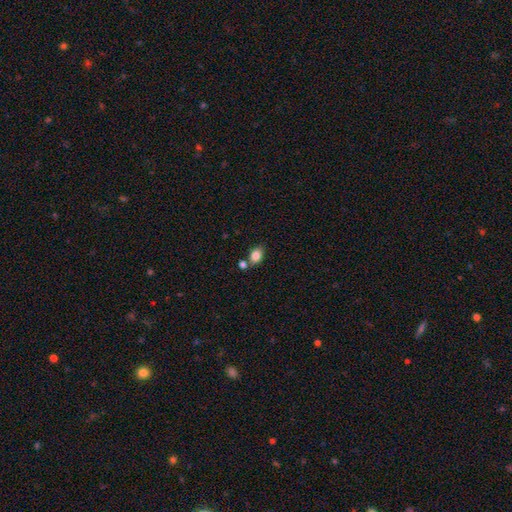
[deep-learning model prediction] smooth-or-featured: smooth: 84% | star or artifact: 9% | featured or disk: 7%
  how-rounded: in between: 77% | round: 22% | cigar-shaped: 2%
  merging: none: 63% | merger: 20% | minor disturbance: 13% | major disturbance: 4%